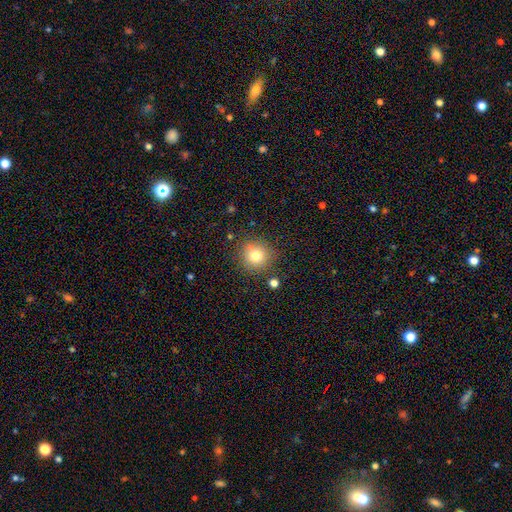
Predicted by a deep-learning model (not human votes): Smooth or featured? smooth (78%)
How rounded? round (92%)
Merging? none (83%)